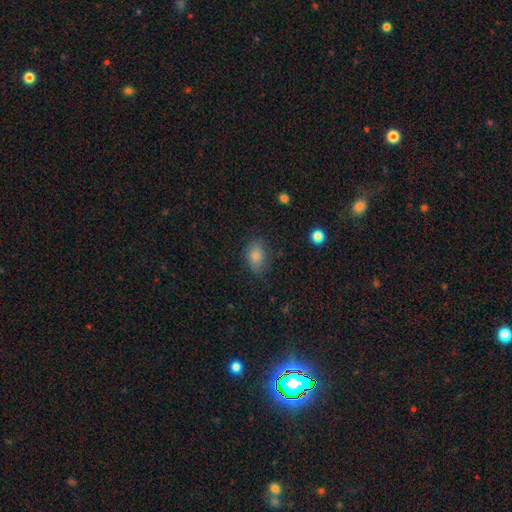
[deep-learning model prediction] A smooth galaxy with no disk features (80%) that is in between round and cigar-shaped (81%). Merging: none (80%).